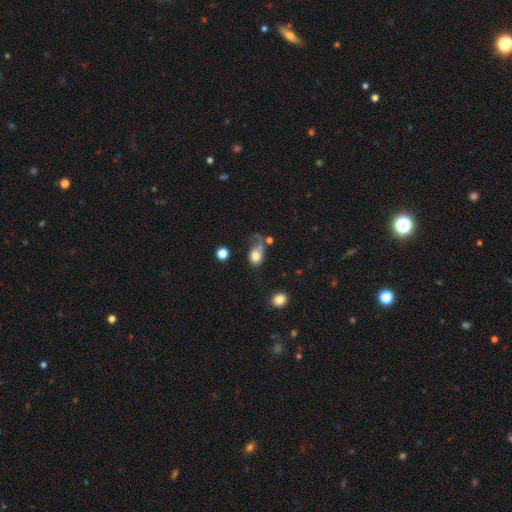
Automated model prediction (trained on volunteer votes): smooth-or-featured: smooth: 73% | featured or disk: 19% | star or artifact: 9%
  how-rounded: in between: 64% | round: 34% | cigar-shaped: 2%
  merging: major disturbance: 39% | none: 27% | minor disturbance: 21% | merger: 13%